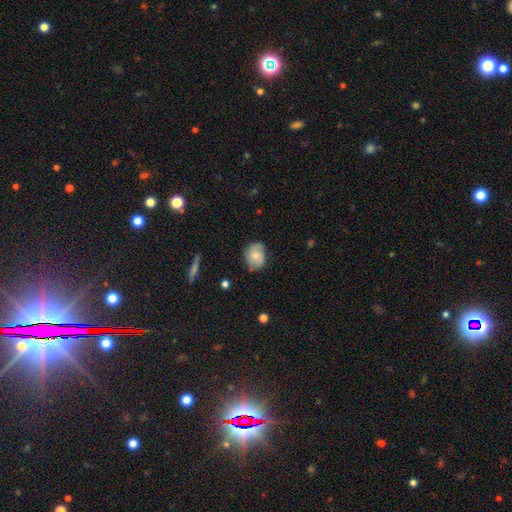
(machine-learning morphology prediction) Smooth or featured?
  - smooth: 67% *
  - featured or disk: 25%
  - star or artifact: 8%
How rounded?
  - in between: 50% *
  - round: 49%
  - cigar-shaped: 1%
Merging?
  - none: 74% *
  - minor disturbance: 20%
  - major disturbance: 4%
  - merger: 1%